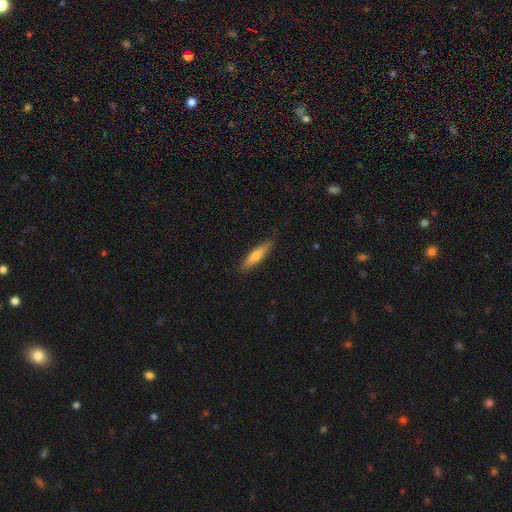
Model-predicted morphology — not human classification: type=smooth (72%); roundness=cigar-shaped (77%); merging=none (86%).